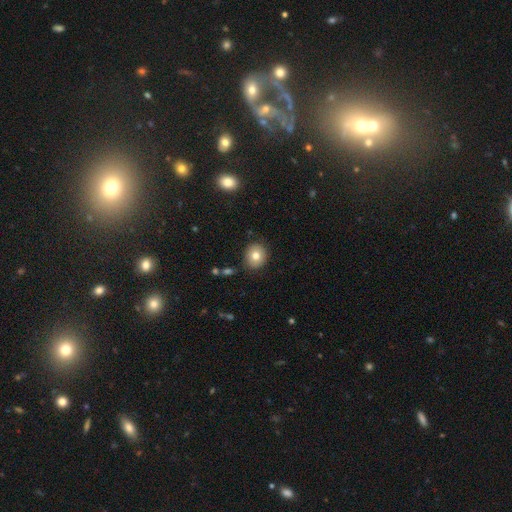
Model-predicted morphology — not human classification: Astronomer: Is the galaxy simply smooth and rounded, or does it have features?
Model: smooth — 78%.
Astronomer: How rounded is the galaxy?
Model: round — 76%.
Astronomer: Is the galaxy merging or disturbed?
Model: none — 88%.